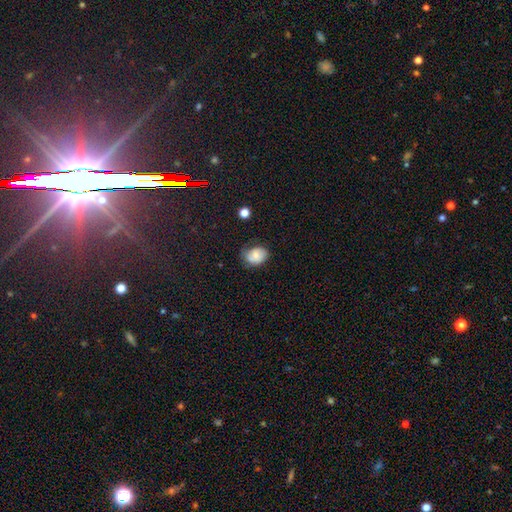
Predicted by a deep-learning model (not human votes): A smooth galaxy with no disk features (70%) that is in between round and cigar-shaped (59%).

Vote fractions:
- Smooth or featured? smooth: 70% / featured or disk: 20% / star or artifact: 10%
- How rounded? in between: 59% / round: 40% / cigar-shaped: 1%
- Merging? none: 52% / minor disturbance: 35% / major disturbance: 11% / merger: 2%